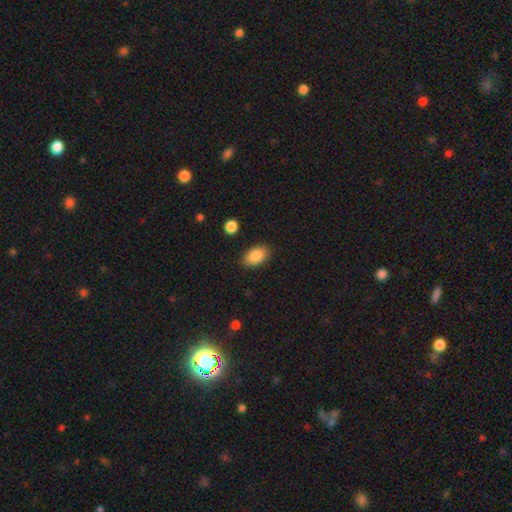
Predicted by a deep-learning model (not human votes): Q: Smooth or featured?
A: smooth (87%); runner-up: star or artifact (7%)
Q: How rounded?
A: in between (92%); runner-up: round (7%)
Q: Merging?
A: none (87%); runner-up: minor disturbance (9%)